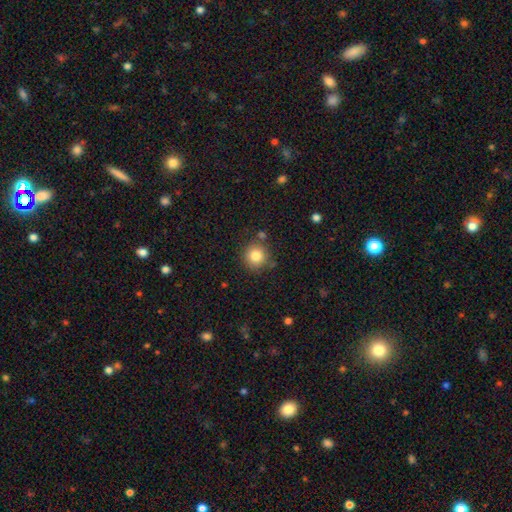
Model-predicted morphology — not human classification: Smooth or featured? Predicted: smooth (p=0.82). How rounded? Predicted: round (p=0.94). Merging? Predicted: none (p=0.82).